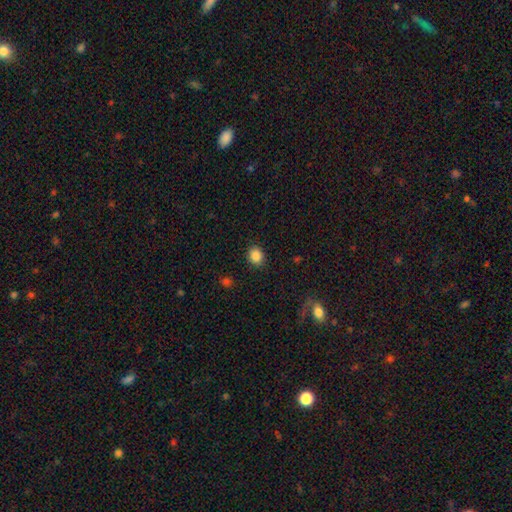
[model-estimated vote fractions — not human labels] A smooth galaxy with no disk features (86%) that is round (75%).

Vote fractions:
- Smooth or featured? smooth: 86% / star or artifact: 10% / featured or disk: 4%
- How rounded? round: 75% / in between: 24% / cigar-shaped: 1%
- Merging? none: 90% / minor disturbance: 7% / major disturbance: 2% / merger: 1%